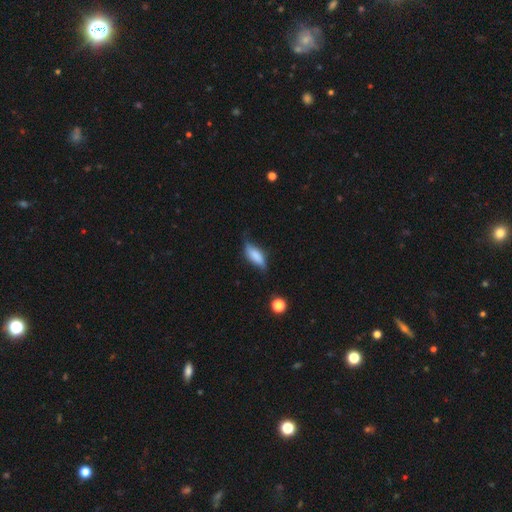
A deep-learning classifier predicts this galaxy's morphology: smooth-or-featured: smooth: 67% | featured or disk: 25% | star or artifact: 8%
  how-rounded: in between: 70% | cigar-shaped: 27% | round: 3%
  merging: none: 53% | minor disturbance: 35% | major disturbance: 10% | merger: 3%